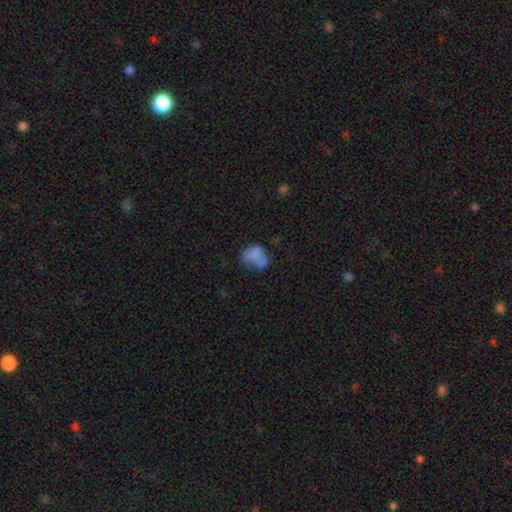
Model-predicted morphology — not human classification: Smooth or featured? Predicted: smooth (p=0.68). How rounded? Predicted: in between (p=0.65). Merging? Predicted: none (p=0.37).